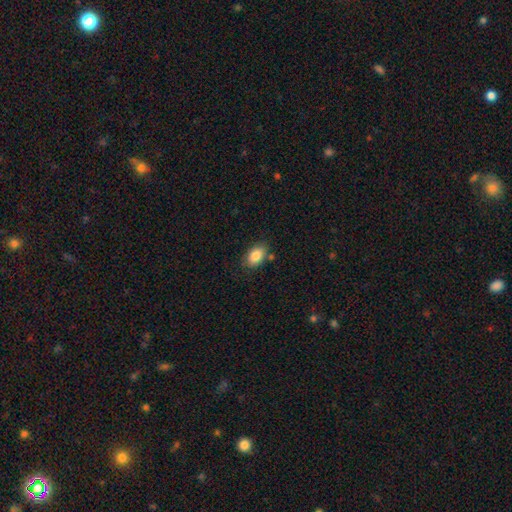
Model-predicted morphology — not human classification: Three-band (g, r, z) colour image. It shows a smooth galaxy with no disk features (85%) that is in between round and cigar-shaped (88%). Merging: none (78%).